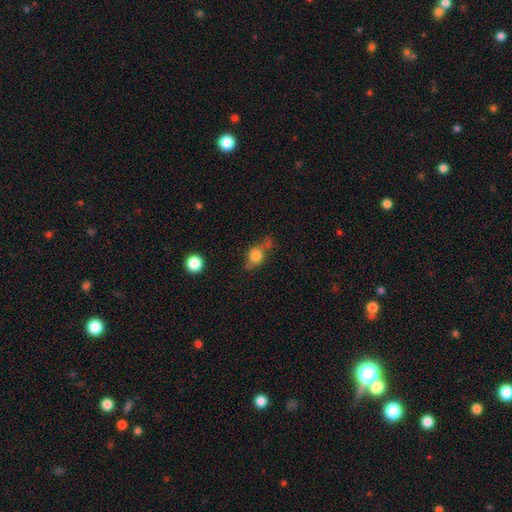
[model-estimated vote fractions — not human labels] A smooth galaxy with no disk features (71%) that is round (54%). Merging: none (46%).